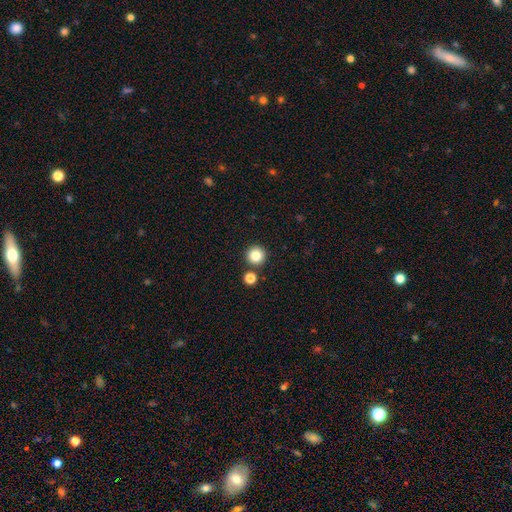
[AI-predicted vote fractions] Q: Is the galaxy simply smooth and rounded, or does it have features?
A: smooth — 83%.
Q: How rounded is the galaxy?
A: round — 95%.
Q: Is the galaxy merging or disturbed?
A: none — 86%.